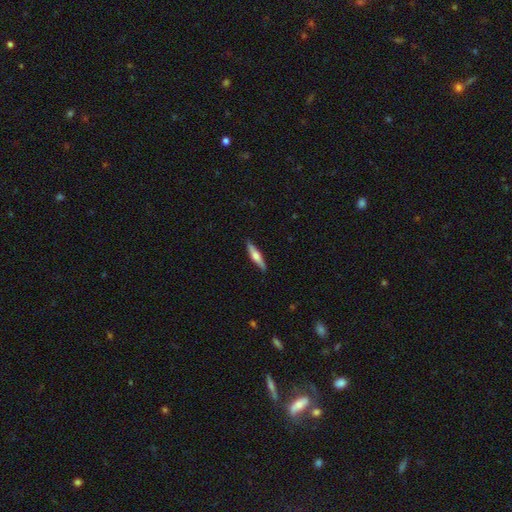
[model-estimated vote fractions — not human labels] Overall: featured or disk (48%; smooth 46%). Merging: none (89%).